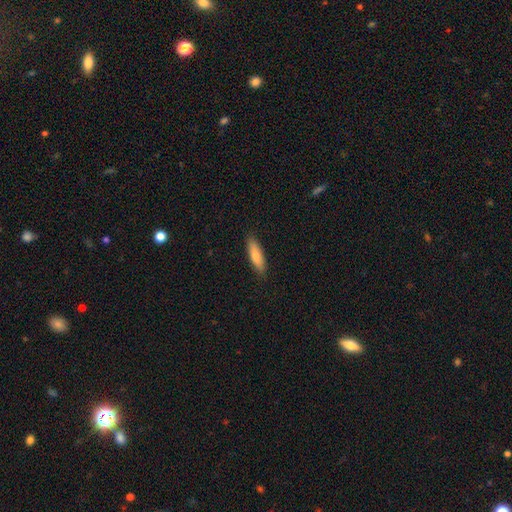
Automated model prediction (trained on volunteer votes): A smooth galaxy with no disk features (77%) that is cigar-shaped (57%).

Vote fractions:
- Smooth or featured? smooth: 77% / featured or disk: 17% / star or artifact: 6%
- How rounded? cigar-shaped: 57% / in between: 41% / round: 2%
- Merging? none: 89% / minor disturbance: 9% / major disturbance: 2% / merger: 1%